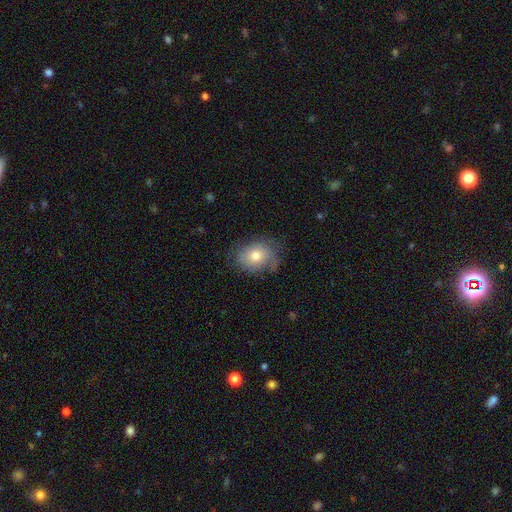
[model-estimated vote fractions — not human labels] A smooth galaxy with no disk features (66%) that is in between round and cigar-shaped (53%).

Vote fractions:
- Smooth or featured? smooth: 66% / featured or disk: 26% / star or artifact: 9%
- How rounded? in between: 53% / round: 46% / cigar-shaped: 1%
- Merging? none: 62% / minor disturbance: 26% / major disturbance: 11% / merger: 1%